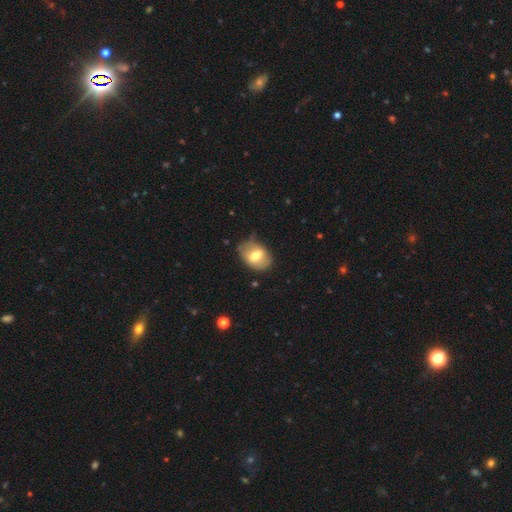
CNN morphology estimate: A smooth galaxy with no disk features (59%) that is in between round and cigar-shaped (69%). Merging: none (54%).